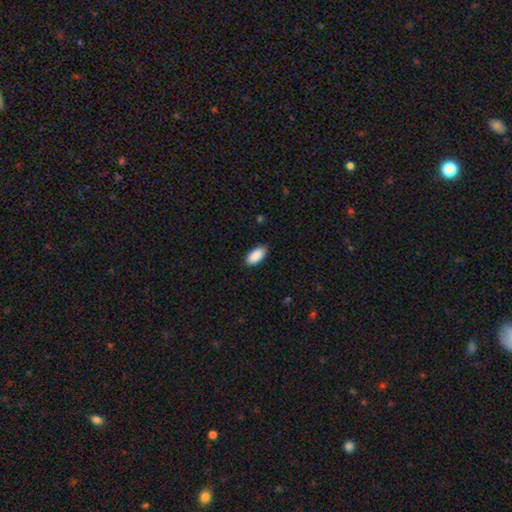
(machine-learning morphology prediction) Q: Smooth or featured?
A: smooth (91%); runner-up: star or artifact (6%)
Q: How rounded?
A: in between (93%); runner-up: cigar-shaped (5%)
Q: Merging?
A: none (87%); runner-up: minor disturbance (10%)